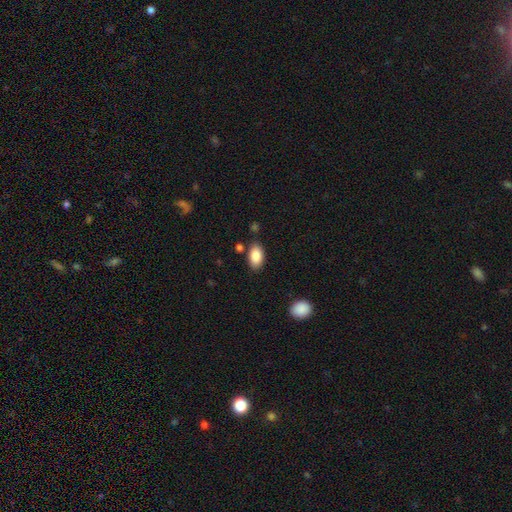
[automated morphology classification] Smooth or featured: smooth — 88% (star or artifact — 7%)
How rounded: in between — 93% (round — 5%)
Merging: none — 81% (minor disturbance — 12%)